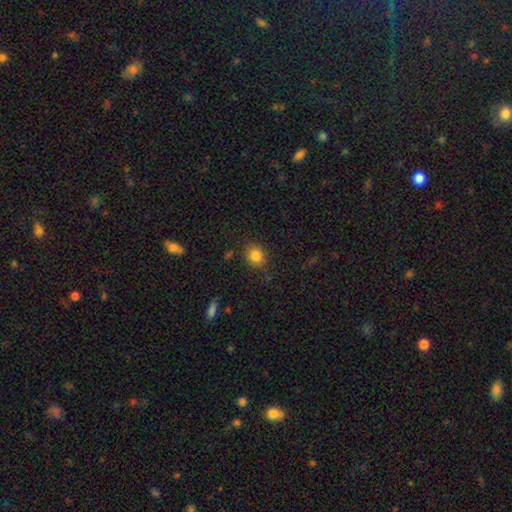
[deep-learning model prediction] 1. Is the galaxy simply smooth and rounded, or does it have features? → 84% smooth, 11% star or artifact, 6% featured or disk.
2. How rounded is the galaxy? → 62% round, 37% in between, 1% cigar-shaped.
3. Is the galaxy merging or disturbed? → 82% none, 13% minor disturbance, 4% major disturbance, 2% merger.